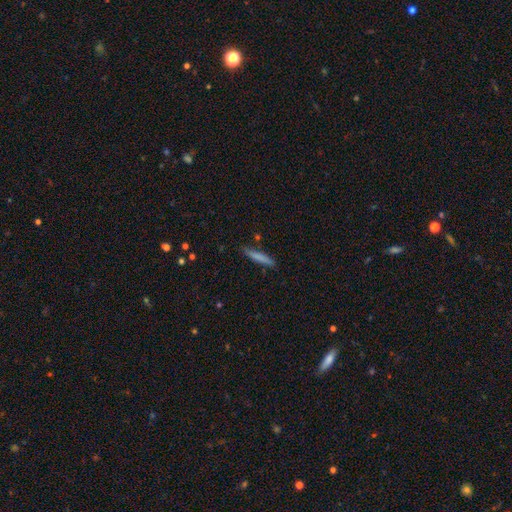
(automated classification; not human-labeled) This appears to be a smooth galaxy with no disk features (69%) that is cigar-shaped (94%). Merging: none (86%).